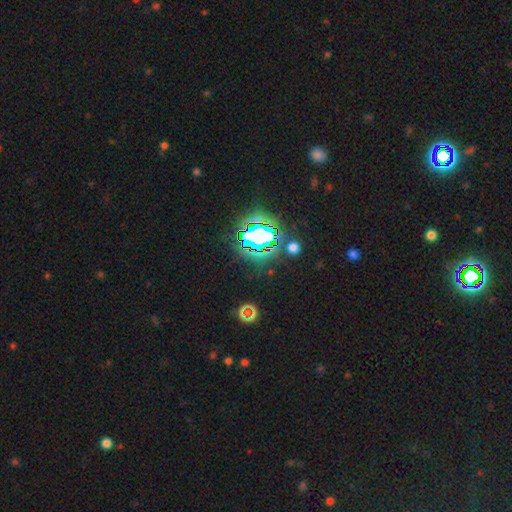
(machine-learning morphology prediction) Smooth or featured?
  - star or artifact: 83% *
  - smooth: 10%
  - featured or disk: 7%